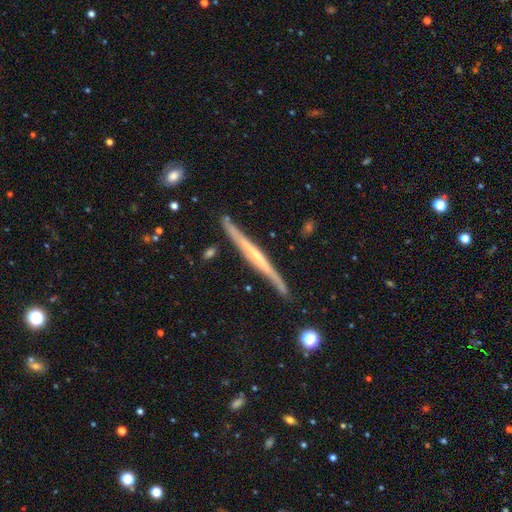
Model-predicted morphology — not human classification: Q: Smooth or featured?
A: featured or disk (74%); runner-up: smooth (20%)
Q: Edge-on disk?
A: yes (97%); runner-up: no (3%)
Q: Edge-on bulge?
A: none (56%); runner-up: rounded (35%)
Q: Merging?
A: none (87%); runner-up: minor disturbance (10%)